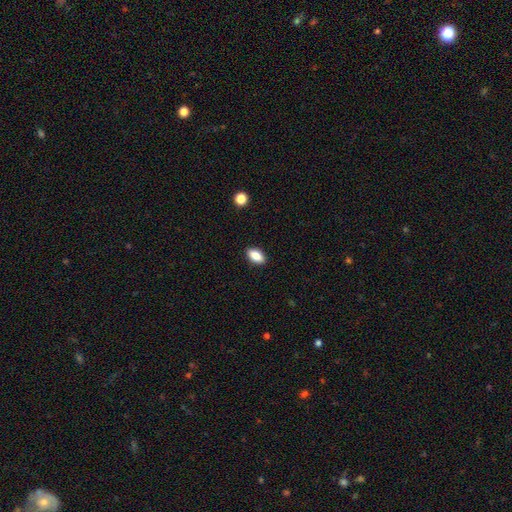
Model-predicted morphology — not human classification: smooth-or-featured: smooth: 84% | featured or disk: 8% | star or artifact: 8%
  how-rounded: in between: 90% | cigar-shaped: 5% | round: 5%
  merging: none: 90% | minor disturbance: 8% | major disturbance: 2% | merger: 1%